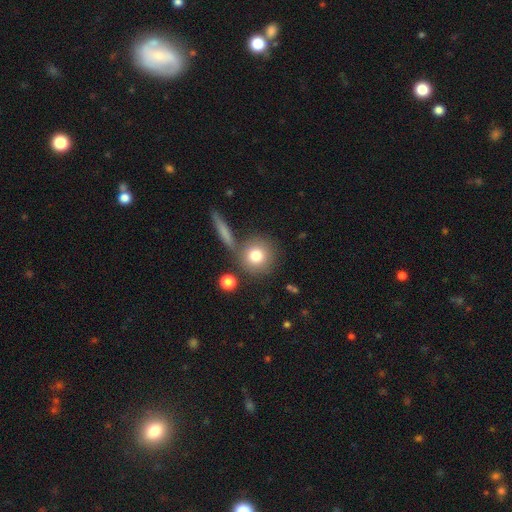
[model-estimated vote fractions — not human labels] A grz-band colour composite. It shows a smooth galaxy with no disk features (78%) that is round (91%). Merging: none (71%).